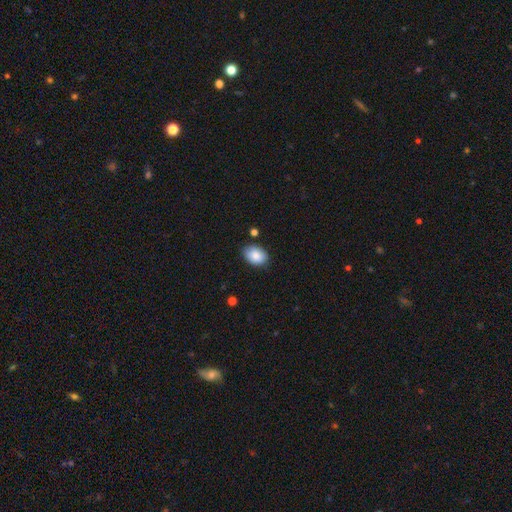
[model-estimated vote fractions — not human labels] Overall: smooth (86%). How rounded: in between (79%). Merging: none (79%).